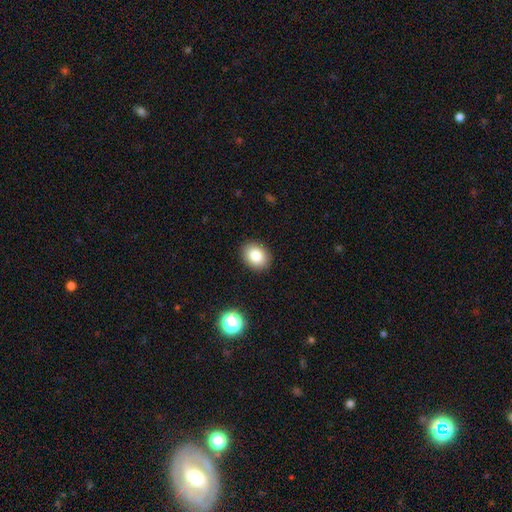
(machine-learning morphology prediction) A smooth galaxy with no disk features (84%) that is in between round and cigar-shaped (60%).

Vote fractions:
- Smooth or featured? smooth: 84% / star or artifact: 10% / featured or disk: 6%
- How rounded? in between: 60% / round: 39% / cigar-shaped: 1%
- Merging? none: 90% / minor disturbance: 7% / major disturbance: 2% / merger: 1%